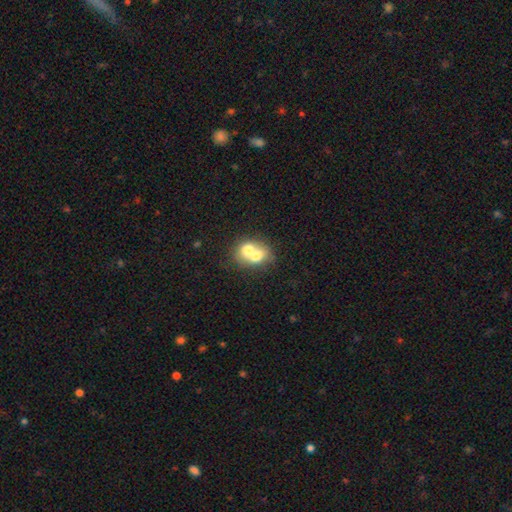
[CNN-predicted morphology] smooth 65%, featured or disk 26%, star or artifact 9%. Down the decision tree: how rounded — round (54%); merging — merger (73%).